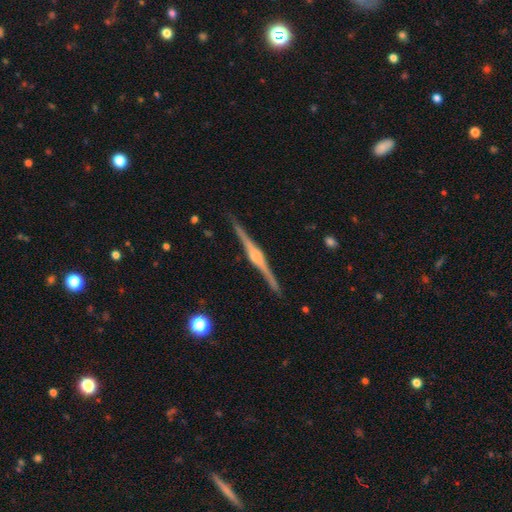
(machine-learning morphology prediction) Smooth or featured?
  - featured or disk: 88% *
  - smooth: 7%
  - star or artifact: 5%
Edge-on disk?
  - yes: 99% *
  - no: 1%
Edge-on bulge?
  - rounded: 76% *
  - boxy: 20%
  - none: 4%
Merging?
  - none: 91% *
  - minor disturbance: 7%
  - major disturbance: 1%
  - merger: 1%